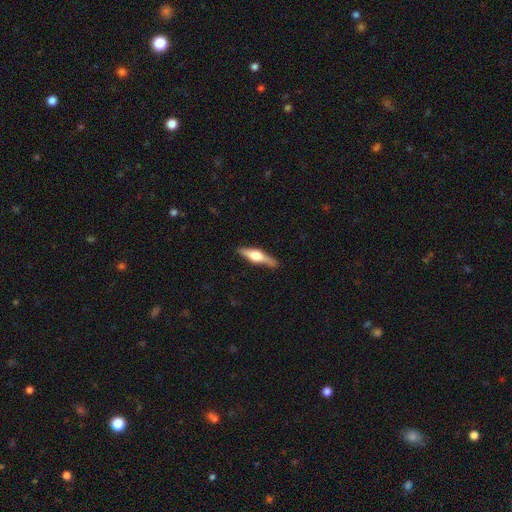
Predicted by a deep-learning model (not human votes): Smooth or featured? Predicted: featured or disk (p=0.66). Edge-on disk? Predicted: yes (p=0.97). Edge-on bulge? Predicted: rounded (p=0.90). Merging? Predicted: none (p=0.85).